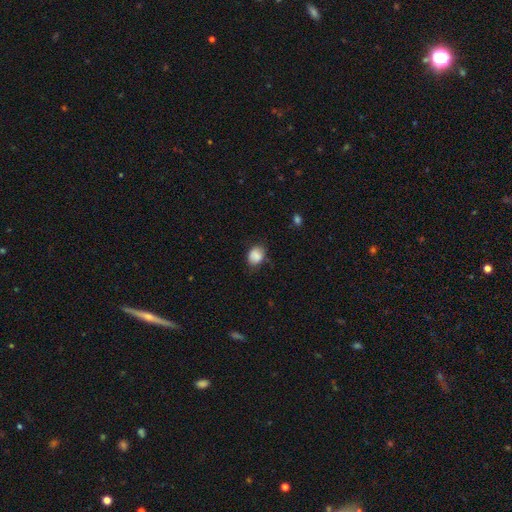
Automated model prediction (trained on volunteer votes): Smooth or featured: smooth — 86% (star or artifact — 8%)
How rounded: in between — 59% (round — 40%)
Merging: none — 68% (minor disturbance — 25%)